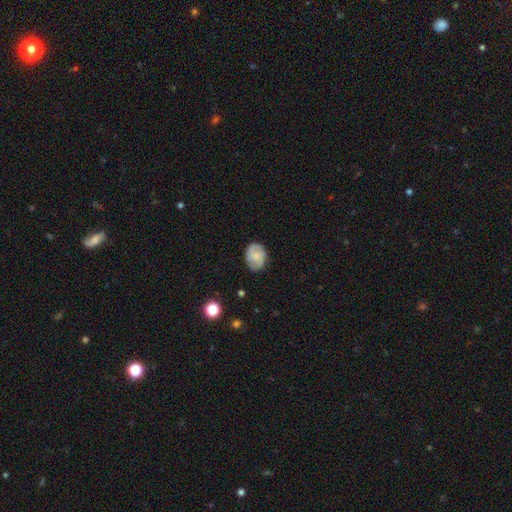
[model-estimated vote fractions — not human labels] This is possibly a smooth galaxy (59%). How rounded: possibly in between (57%). Merging: likely none (79%).